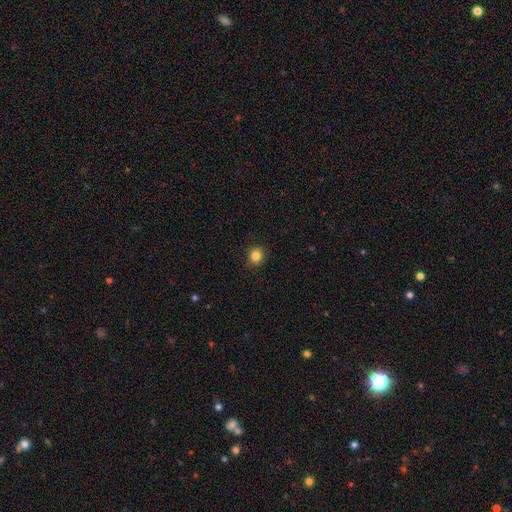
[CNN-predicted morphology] This appears to be a smooth galaxy with no disk features (84%) that is round (84%). Merging: none (92%).